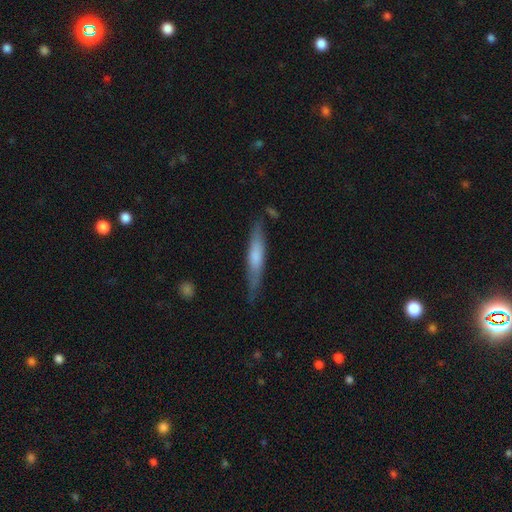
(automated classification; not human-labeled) A smooth galaxy with no disk features (56%) that is cigar-shaped (90%). Merging: none (75%).